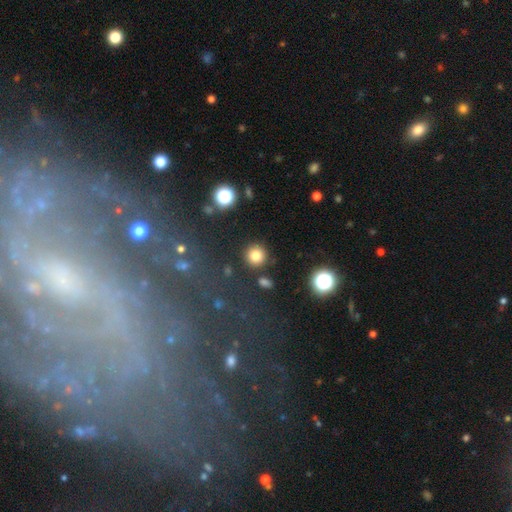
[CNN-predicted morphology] Smooth or featured? Predicted: smooth (p=0.81). How rounded? Predicted: round (p=0.93). Merging? Predicted: none (p=0.87).